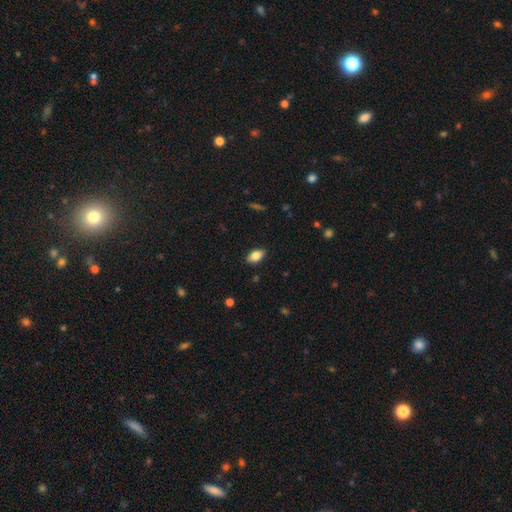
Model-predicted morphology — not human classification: This is likely a smooth galaxy (77%). How rounded: clearly in between (90%). Merging: clearly none (87%).